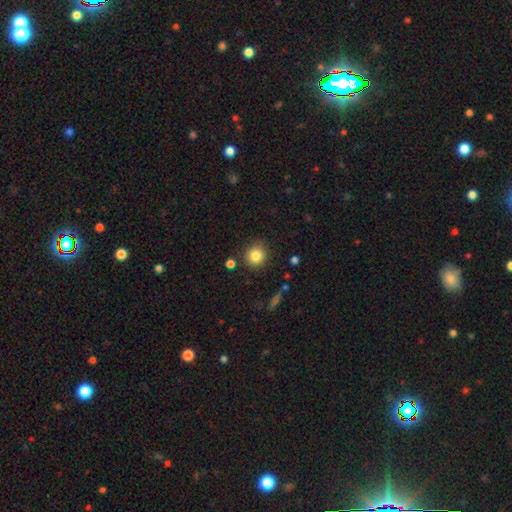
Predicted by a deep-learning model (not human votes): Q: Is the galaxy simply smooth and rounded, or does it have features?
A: smooth — 83%.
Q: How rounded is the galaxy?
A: round — 89%.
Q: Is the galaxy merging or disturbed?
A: none — 86%.